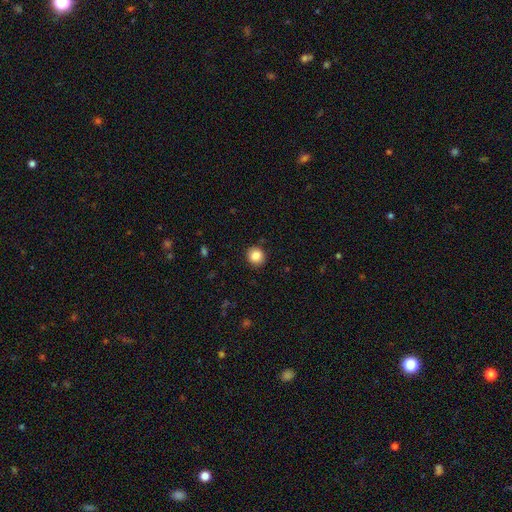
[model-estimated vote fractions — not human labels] smooth 85%, star or artifact 9%, featured or disk 5%. Down the decision tree: how rounded — round (89%); merging — none (91%).